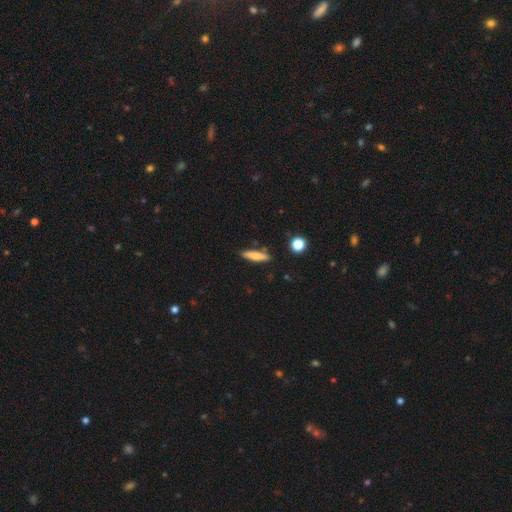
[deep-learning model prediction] Overall: smooth (72%). How rounded: cigar-shaped (79%). Merging: none (84%).